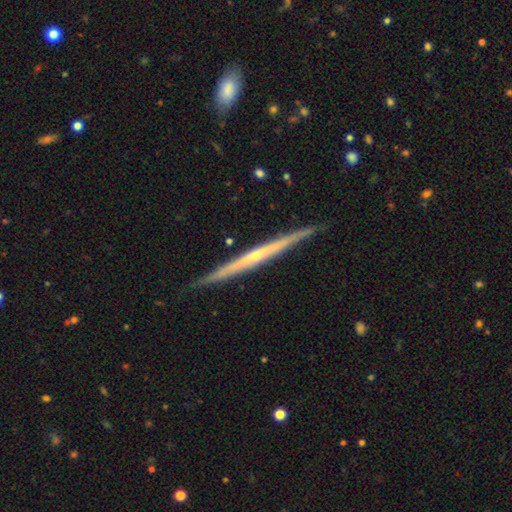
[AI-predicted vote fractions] A featured or disk galaxy (76%) viewed edge-on (98%) with no central bulge (48%).

Vote fractions:
- Smooth or featured? featured or disk: 76% / smooth: 19% / star or artifact: 6%
- Edge-on disk? yes: 98% / no: 2%
- Edge-on bulge? none: 48% / rounded: 47% / boxy: 4%
- Merging? none: 90% / minor disturbance: 7% / major disturbance: 1% / merger: 1%